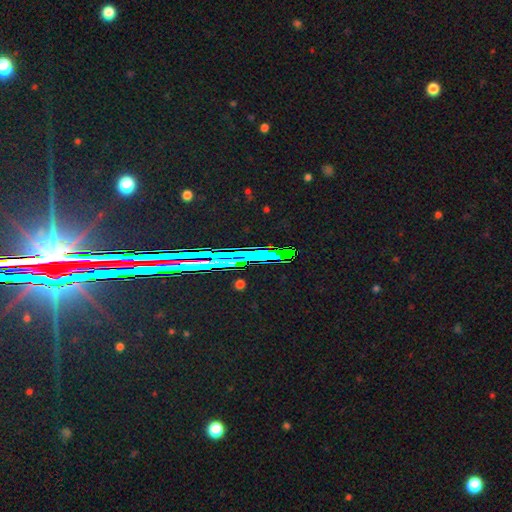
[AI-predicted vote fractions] A star or artifact, not a galaxy (69%).

Vote fractions:
- Smooth or featured? star or artifact: 69% / smooth: 17% / featured or disk: 14%